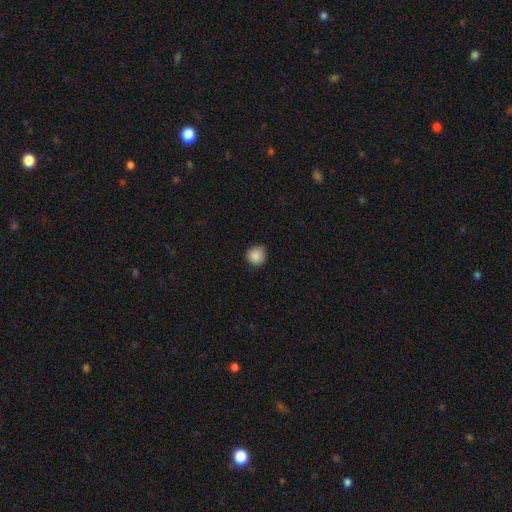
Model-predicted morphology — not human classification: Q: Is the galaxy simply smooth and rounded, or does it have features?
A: smooth — 86%.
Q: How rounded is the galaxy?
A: round — 90%.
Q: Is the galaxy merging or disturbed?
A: none — 77%.